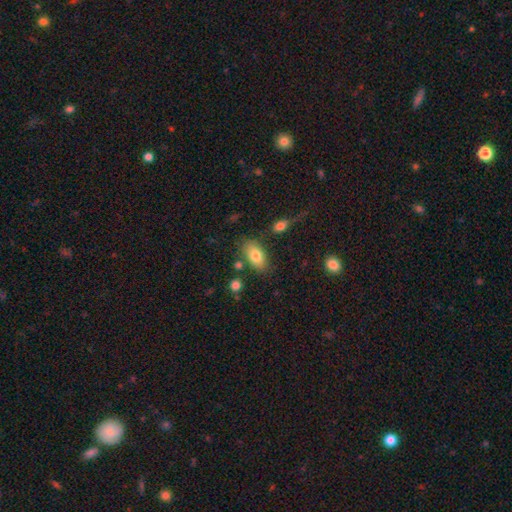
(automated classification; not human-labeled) Smooth or featured? Predicted: smooth (p=0.79). How rounded? Predicted: in between (p=0.91). Merging? Predicted: none (p=0.74).